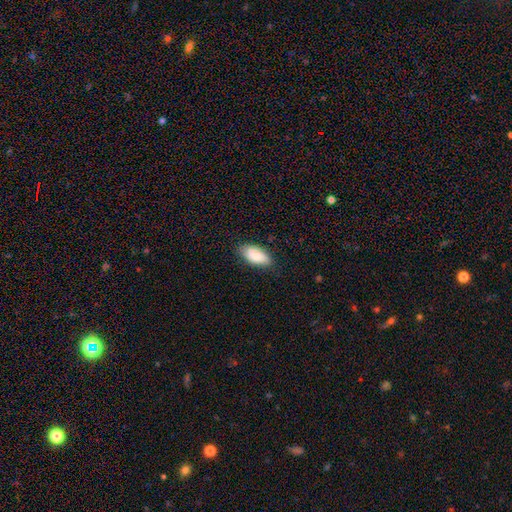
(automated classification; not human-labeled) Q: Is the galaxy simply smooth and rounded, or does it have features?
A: smooth — 85%.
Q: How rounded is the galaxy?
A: in between — 93%.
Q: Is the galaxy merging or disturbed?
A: none — 81%.